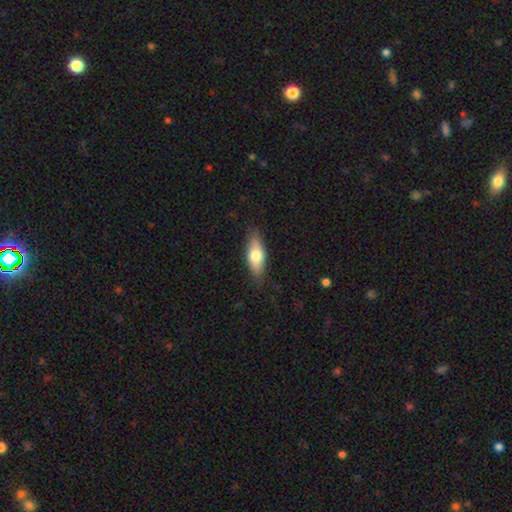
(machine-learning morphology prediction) Smooth or featured?
  - smooth: 68% *
  - featured or disk: 26%
  - star or artifact: 6%
How rounded?
  - in between: 70% *
  - cigar-shaped: 27%
  - round: 3%
Merging?
  - none: 83% *
  - minor disturbance: 13%
  - major disturbance: 3%
  - merger: 1%